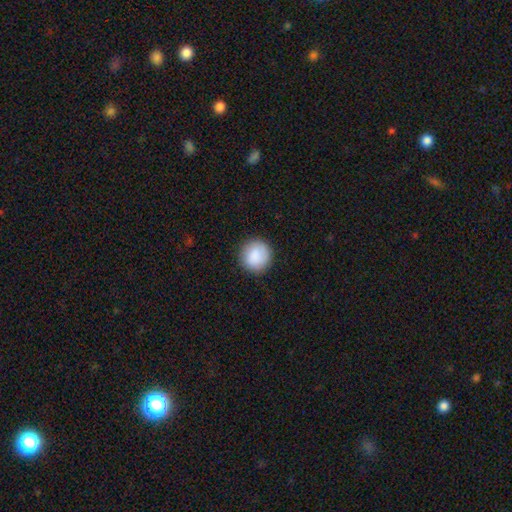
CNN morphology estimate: Smooth or featured? smooth (89%)
How rounded? round (92%)
Merging? none (89%)